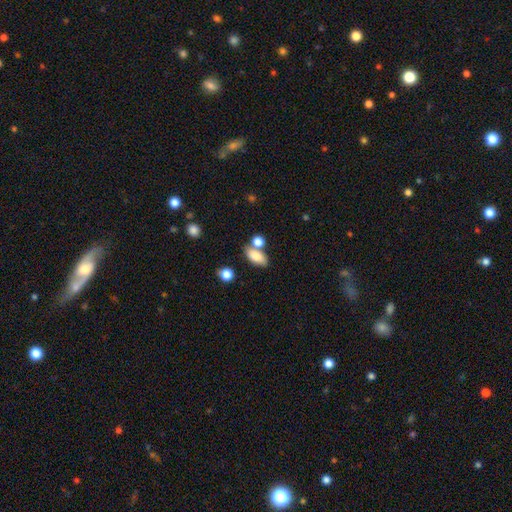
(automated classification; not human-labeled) Morphology: type=smooth (82%); roundness=in between (86%); merging=none (56%).